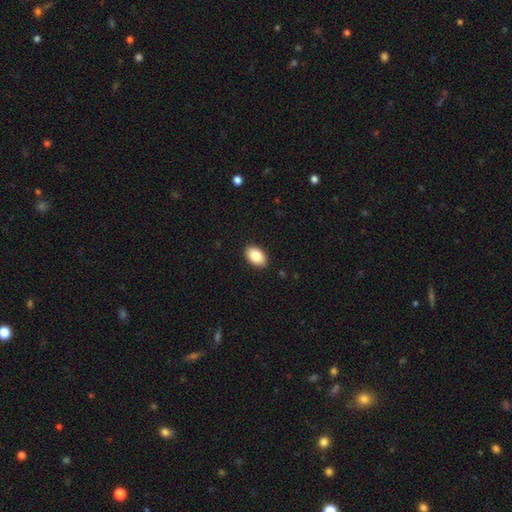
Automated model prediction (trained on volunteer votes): smooth-or-featured: smooth: 85% | featured or disk: 8% | star or artifact: 7%
  how-rounded: in between: 90% | round: 8% | cigar-shaped: 1%
  merging: none: 90% | minor disturbance: 7% | major disturbance: 2% | merger: 1%